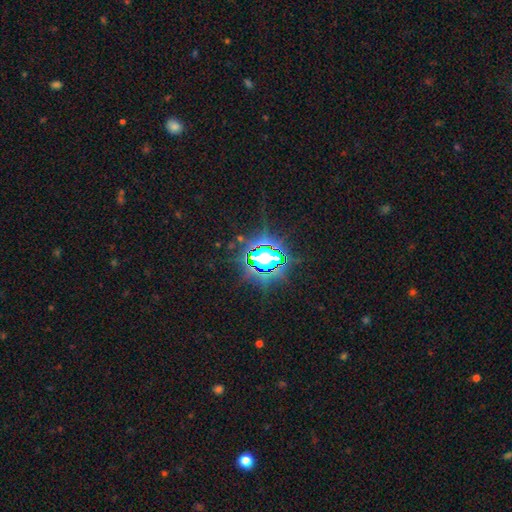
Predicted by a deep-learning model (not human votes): A star or artifact, not a galaxy (80%).

Vote fractions:
- Smooth or featured? star or artifact: 80% / smooth: 13% / featured or disk: 8%